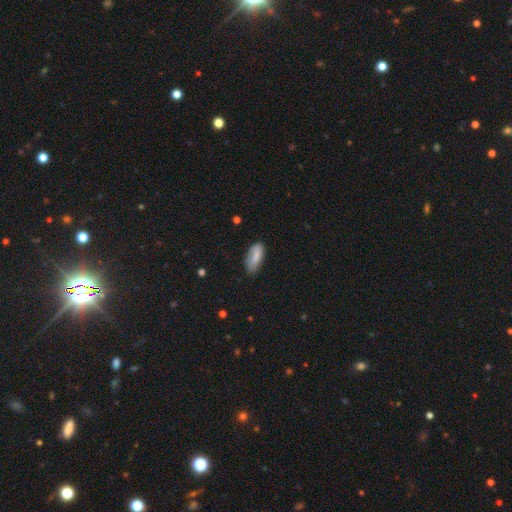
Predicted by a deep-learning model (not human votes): The model was most divided on "merging": none: 65%, minor disturbance: 27%, major disturbance: 6%, merger: 2%. More confident: how rounded — in between (83%); smooth or featured — smooth (83%).